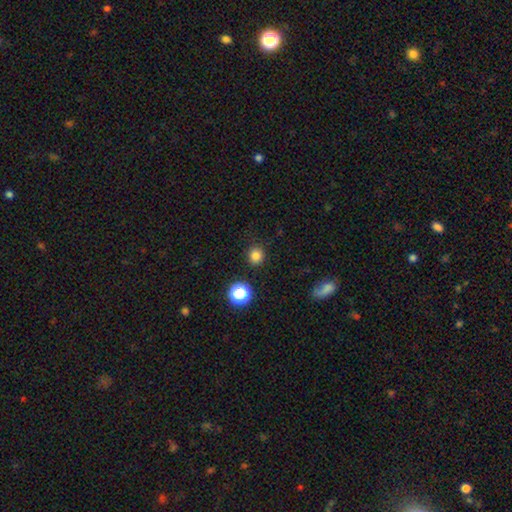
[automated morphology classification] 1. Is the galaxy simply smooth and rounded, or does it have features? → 82% smooth, 14% star or artifact, 4% featured or disk.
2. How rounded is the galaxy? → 87% round, 12% in between, 1% cigar-shaped.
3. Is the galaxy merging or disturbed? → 89% none, 7% minor disturbance, 2% major disturbance, 2% merger.